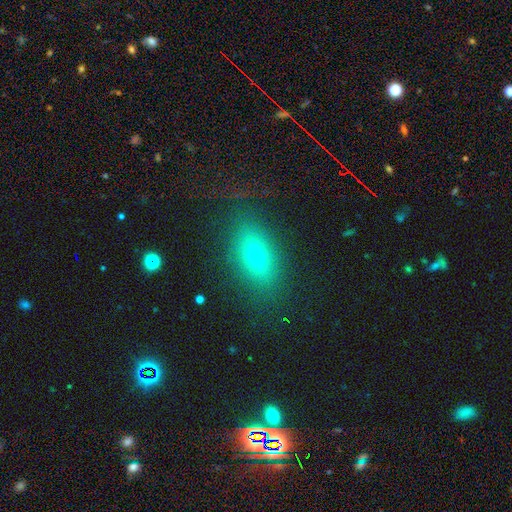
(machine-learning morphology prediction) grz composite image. It shows a smooth galaxy with no disk features (65%) that is in between round and cigar-shaped (78%). Merging: none (82%).